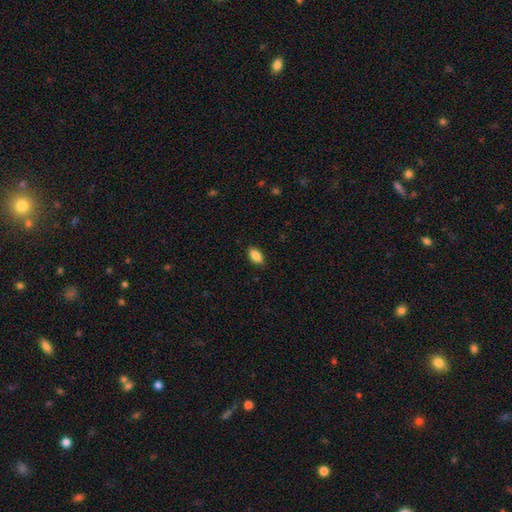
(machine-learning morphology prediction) Smooth or featured: smooth — 88% (star or artifact — 8%)
How rounded: in between — 92% (cigar-shaped — 4%)
Merging: none — 88% (minor disturbance — 9%)